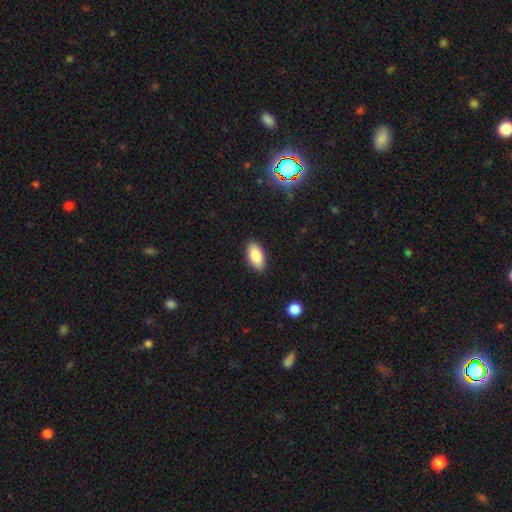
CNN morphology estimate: Smooth or featured: smooth — 88% (star or artifact — 7%)
How rounded: in between — 92% (cigar-shaped — 6%)
Merging: none — 88% (minor disturbance — 8%)